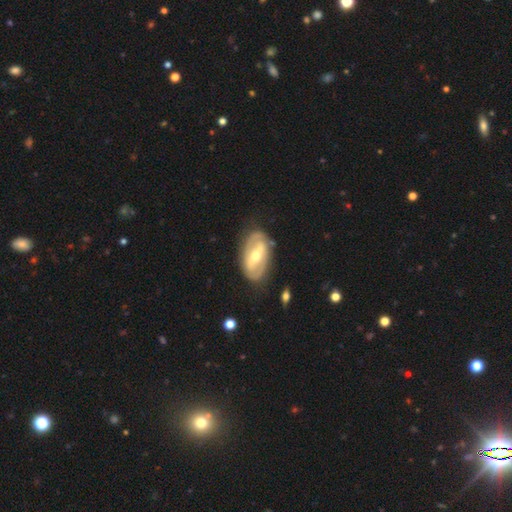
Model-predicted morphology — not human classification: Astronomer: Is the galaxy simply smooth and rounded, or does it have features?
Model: featured or disk — 73%.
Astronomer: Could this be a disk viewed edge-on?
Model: no — 93%.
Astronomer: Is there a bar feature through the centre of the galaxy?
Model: strong — 49% (runner-up: weak, 32%).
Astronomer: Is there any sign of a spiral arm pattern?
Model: yes — 61% (runner-up: no, 39%).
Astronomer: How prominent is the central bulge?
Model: moderate — 70%.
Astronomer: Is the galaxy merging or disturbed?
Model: none — 78%.